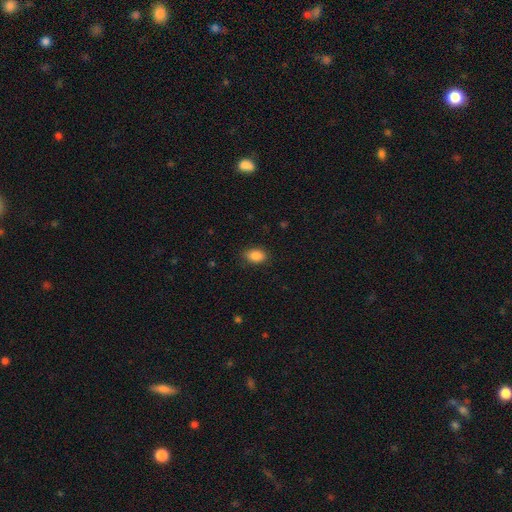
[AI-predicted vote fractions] Smooth or featured: smooth — 88% (star or artifact — 8%)
How rounded: in between — 87% (round — 12%)
Merging: none — 86% (minor disturbance — 11%)